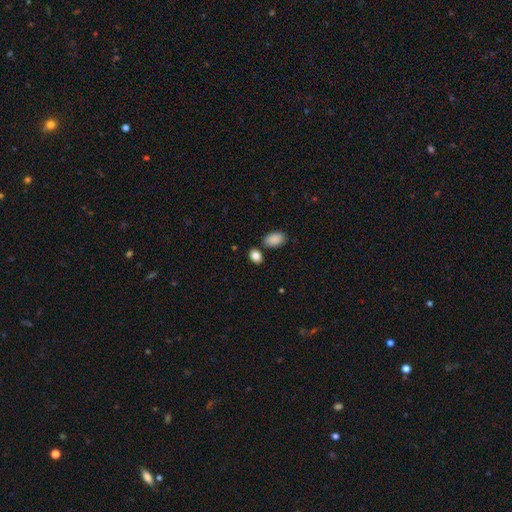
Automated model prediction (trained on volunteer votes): The model was most divided on "how rounded": in between: 77%, round: 21%, cigar-shaped: 1%. More confident: smooth or featured — smooth (86%); merging — none (75%).